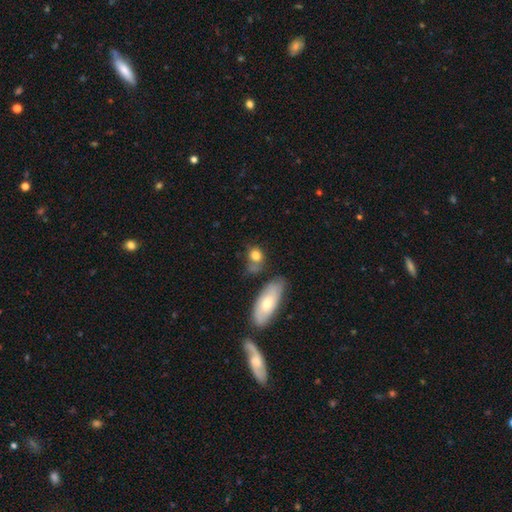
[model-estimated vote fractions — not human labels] Overall: smooth (78%). How rounded: round (49%; in between 47%). Merging: none (51%; minor disturbance 21%).